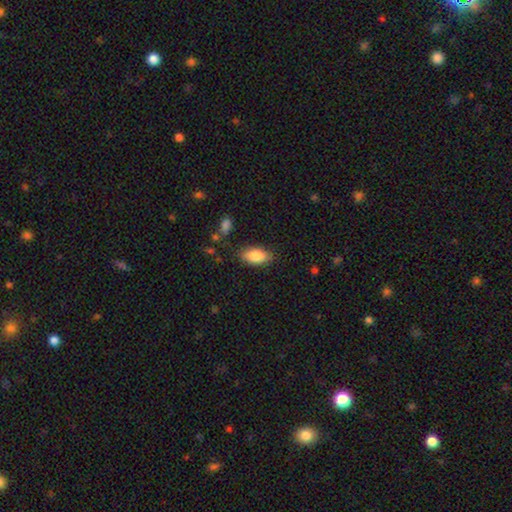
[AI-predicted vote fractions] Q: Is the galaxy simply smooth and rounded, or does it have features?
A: smooth — 84%.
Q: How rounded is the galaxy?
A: in between — 91%.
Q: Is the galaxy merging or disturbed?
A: none — 81%.